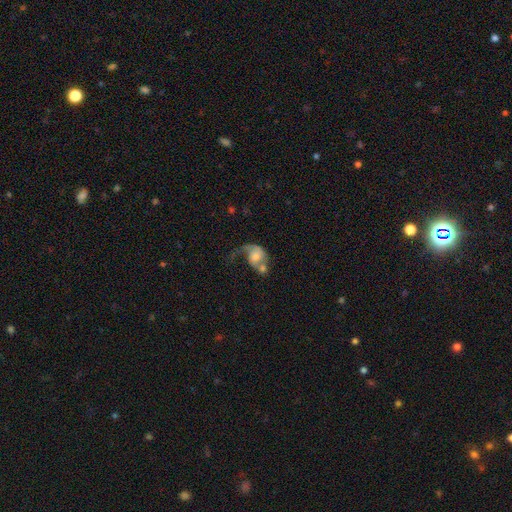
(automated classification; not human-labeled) smooth_or_featured: featured or disk (p=0.60) [alt: smooth p=0.32]
disk_edge_on: no (p=0.97) [alt: yes p=0.03]
bar: no (p=0.72) [alt: weak p=0.24]
has_spiral_arms: yes (p=0.81) [alt: no p=0.19]
bulge_size: moderate (p=0.44) [alt: small p=0.26]
merging: merger (p=0.37) [alt: major disturbance p=0.31]